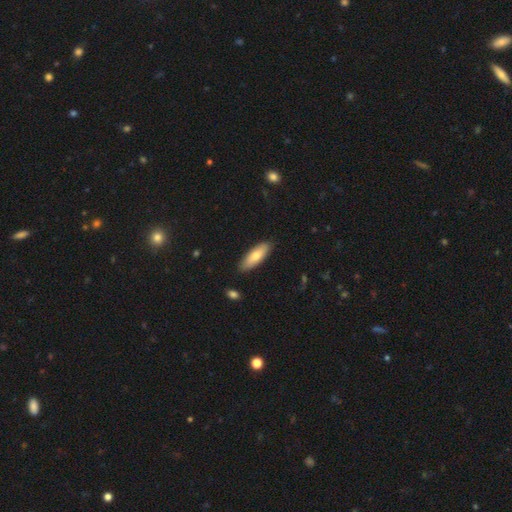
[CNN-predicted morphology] This appears to be a smooth galaxy with no disk features (72%) that is in between round and cigar-shaped (60%). Merging: none (87%).